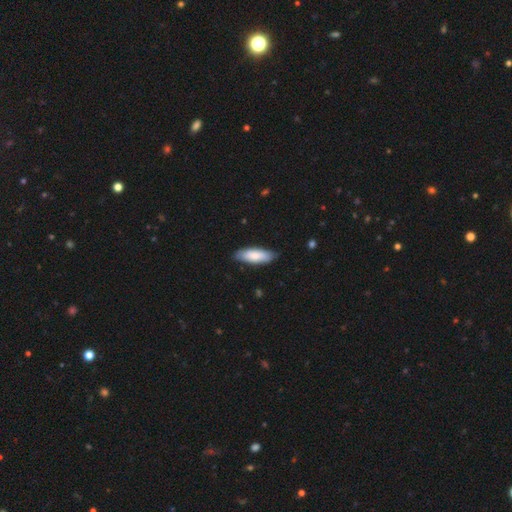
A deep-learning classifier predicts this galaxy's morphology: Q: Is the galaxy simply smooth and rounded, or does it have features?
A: smooth — 82%.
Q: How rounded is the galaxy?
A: in between — 66%.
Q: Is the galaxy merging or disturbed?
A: none — 83%.